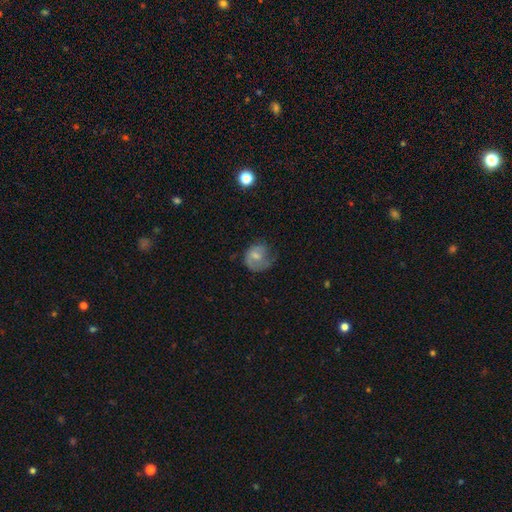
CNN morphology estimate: This is possibly a smooth galaxy (59%). How rounded: likely round (67%). Merging: marginally none (41%).